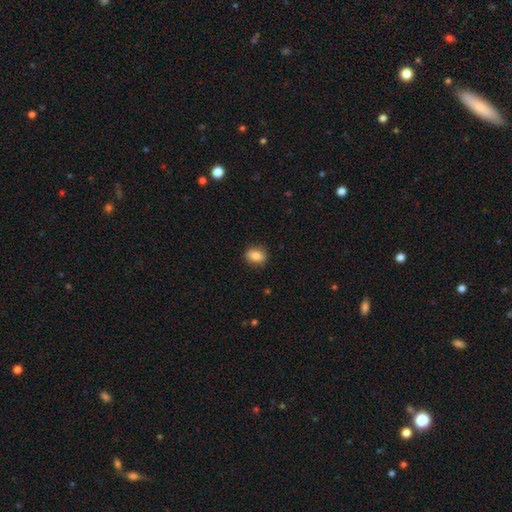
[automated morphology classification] smooth 84%, featured or disk 8%, star or artifact 8%. Down the decision tree: how rounded — in between (64%); merging — none (85%).